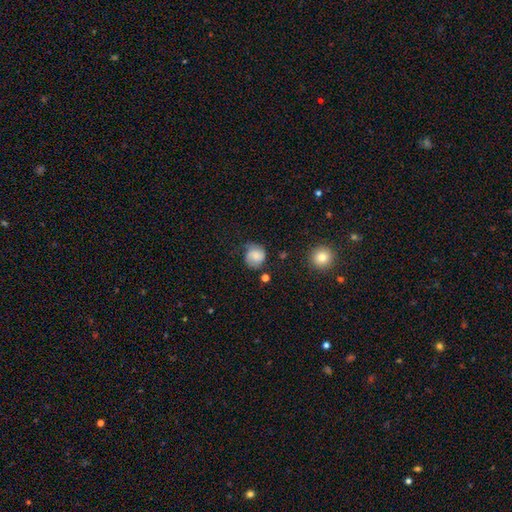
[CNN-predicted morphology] smooth 69%, featured or disk 22%, star or artifact 9%. Down the decision tree: how rounded — round (81%); merging — none (53%).